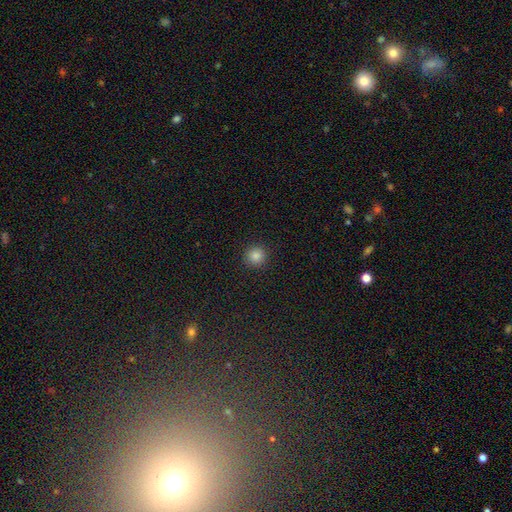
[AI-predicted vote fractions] Smooth or featured? smooth (84%)
How rounded? round (94%)
Merging? none (92%)